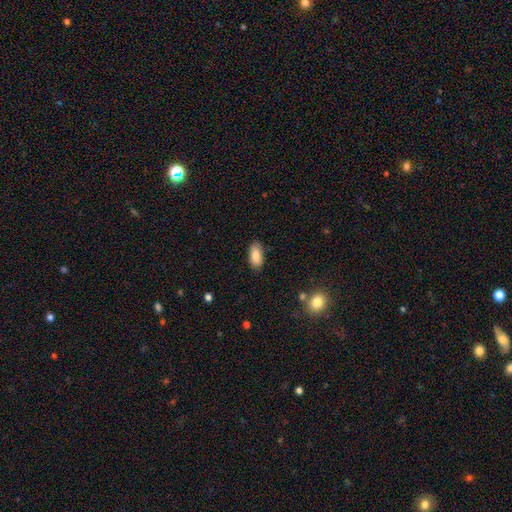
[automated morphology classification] The model was most divided on "merging": none: 85%, minor disturbance: 12%, major disturbance: 2%, merger: 1%. More confident: how rounded — in between (92%); smooth or featured — smooth (83%).